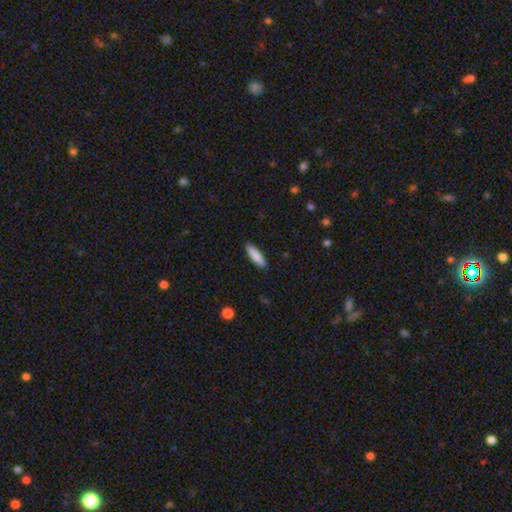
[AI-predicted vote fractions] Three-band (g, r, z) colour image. It shows a smooth galaxy with no disk features (87%) that is cigar-shaped (65%). Merging: none (89%).